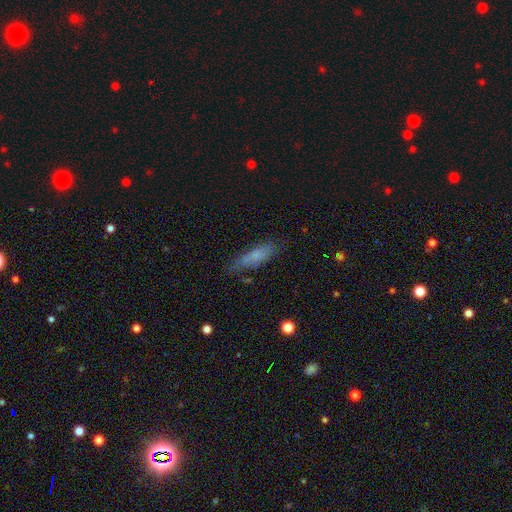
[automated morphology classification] This appears to be a smooth galaxy with no disk features (68%) that is cigar-shaped (62%). Merging: none (70%).